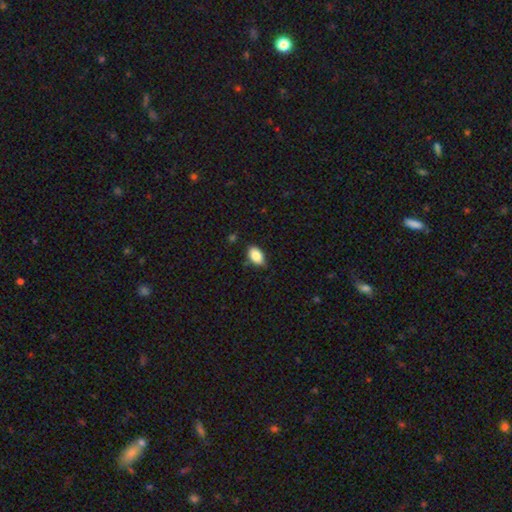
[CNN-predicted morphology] smooth_or_featured: smooth (p=0.87) [alt: star or artifact p=0.08]
how_rounded: in between (p=0.91) [alt: round p=0.08]
merging: none (p=0.78) [alt: minor disturbance p=0.18]